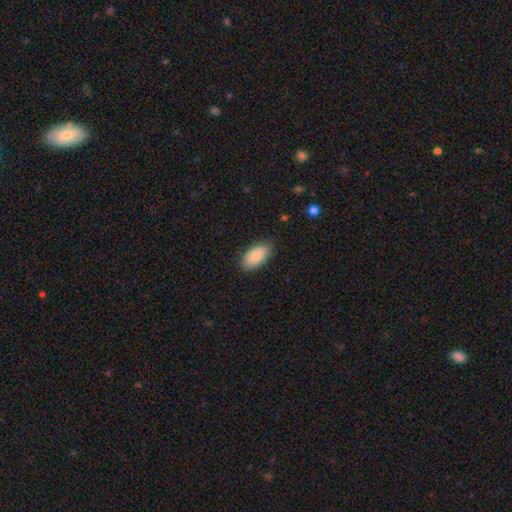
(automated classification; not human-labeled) The model was most divided on "merging": none: 84%, minor disturbance: 13%, major disturbance: 2%, merger: 1%. More confident: how rounded — in between (94%); smooth or featured — smooth (87%).